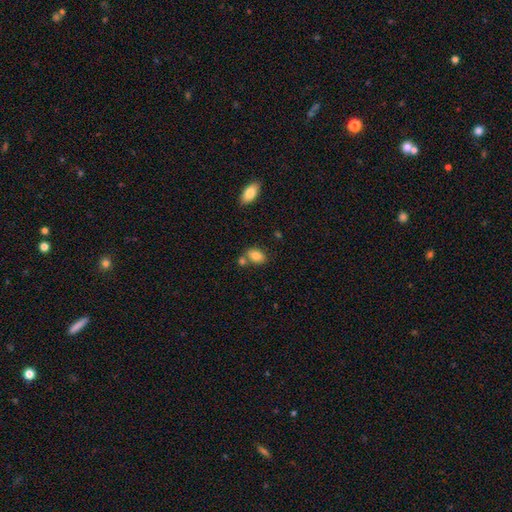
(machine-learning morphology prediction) This is clearly a smooth galaxy (83%). How rounded: clearly in between (84%). Merging: likely none (60%).